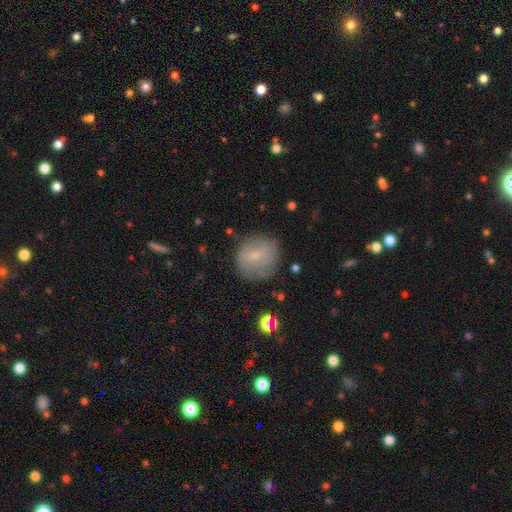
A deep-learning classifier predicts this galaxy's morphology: Overall: smooth (46%; featured or disk 45%). Merging: none (69%).